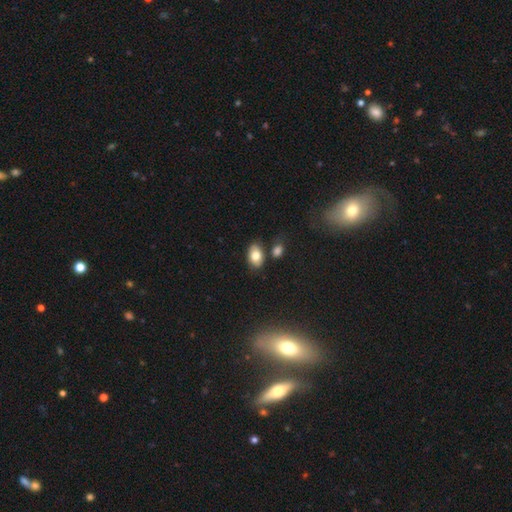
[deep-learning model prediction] This is likely a smooth galaxy (79%). How rounded: clearly in between (88%). Merging: likely none (75%).